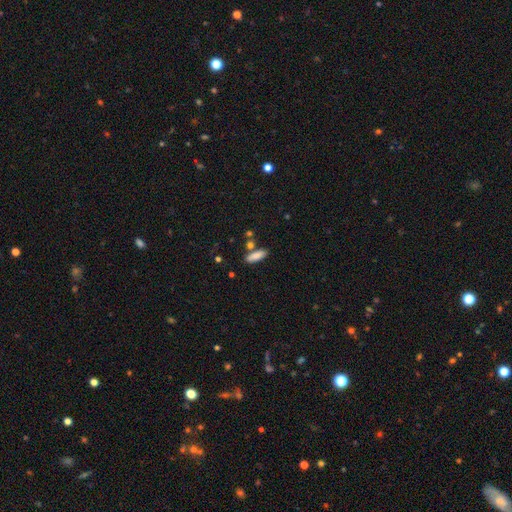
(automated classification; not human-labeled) Smooth or featured? smooth (85%)
How rounded? in between (56%)
Merging? none (74%)